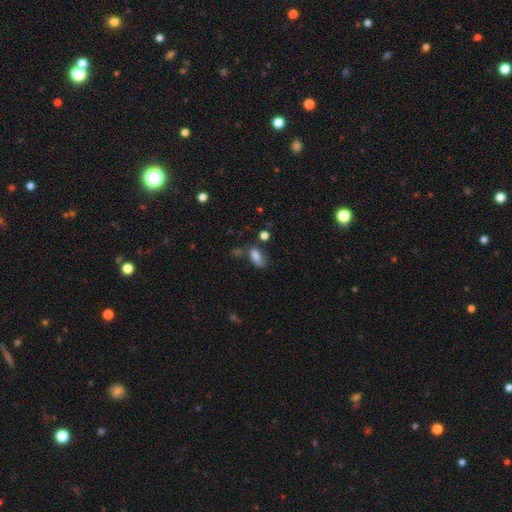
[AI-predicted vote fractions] smooth_or_featured: smooth (p=0.68) [alt: featured or disk p=0.19]
how_rounded: in between (p=0.84) [alt: cigar-shaped p=0.09]
merging: none (p=0.37) [alt: minor disturbance p=0.27]